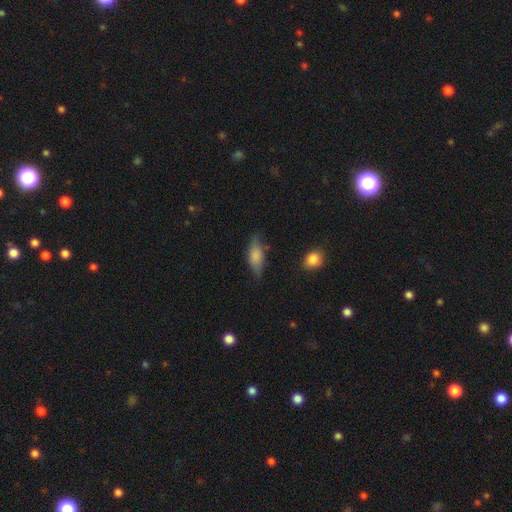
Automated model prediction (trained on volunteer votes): Smooth or featured: smooth — 69% (featured or disk — 24%)
How rounded: in between — 73% (cigar-shaped — 23%)
Merging: none — 64% (minor disturbance — 27%)